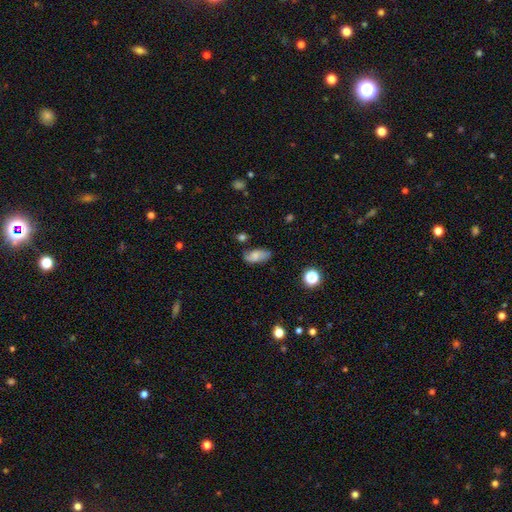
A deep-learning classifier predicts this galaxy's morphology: A smooth galaxy with no disk features (63%) that is in between round and cigar-shaped (90%). Merging: none (68%).